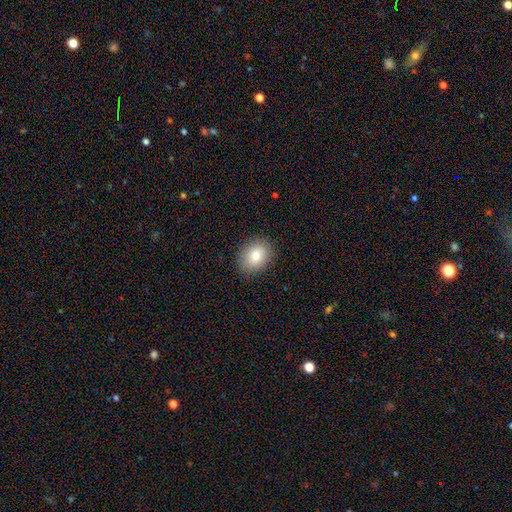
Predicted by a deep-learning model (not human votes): Overall: smooth (81%). How rounded: in between (59%; round 40%). Merging: none (88%).